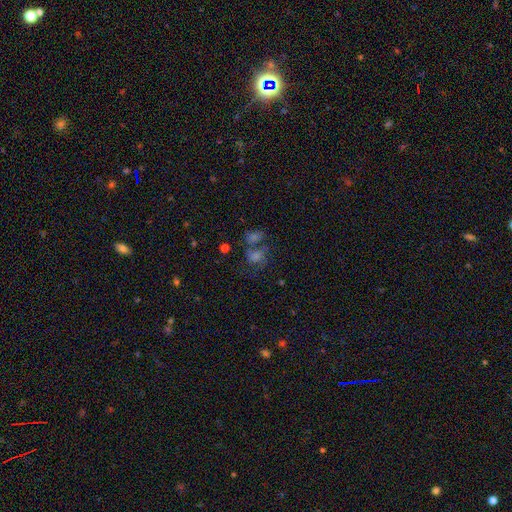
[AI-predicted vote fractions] Overall: smooth (35%; featured or disk 33%). Merging: none (42%; merger 35%).